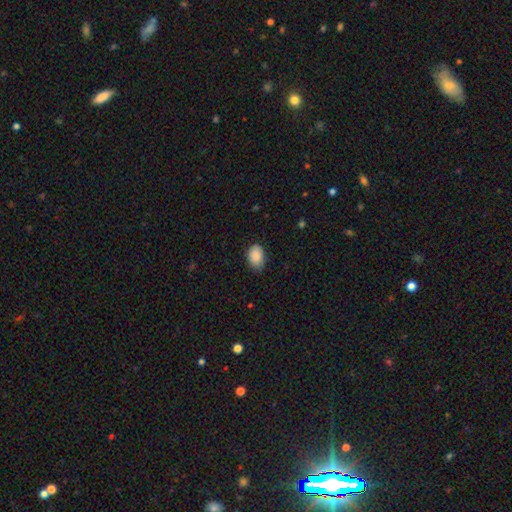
Q: Smooth or featured?
A: smooth (95%); runner-up: featured or disk (3%)
Q: How rounded?
A: in between (84%); runner-up: round (16%)
Q: Merging?
A: none (76%); runner-up: minor disturbance (18%)